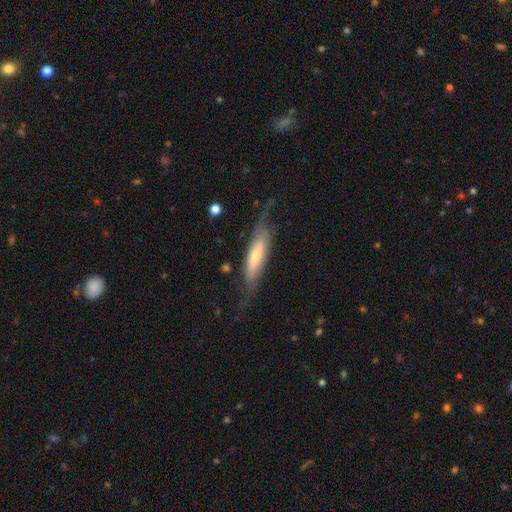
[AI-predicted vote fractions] Overall: featured or disk (65%; smooth 27%). Edge-on disk: yes (58%; no 42%). Merging: none (66%).